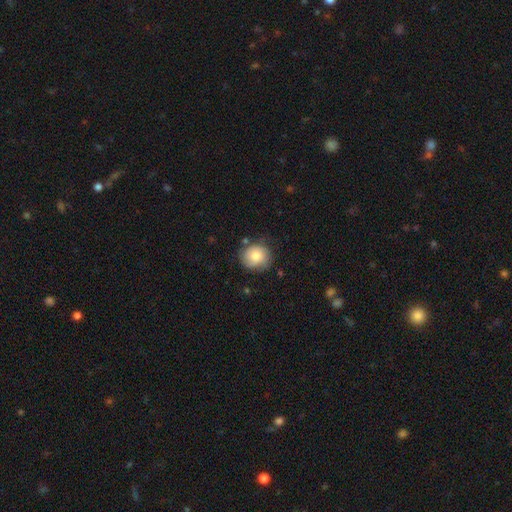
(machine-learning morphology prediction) Smooth or featured? Predicted: smooth (p=0.68). How rounded? Predicted: round (p=0.81). Merging? Predicted: none (p=0.72).